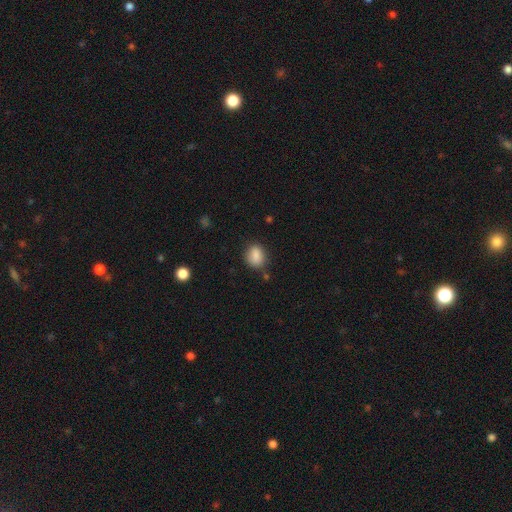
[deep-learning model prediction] Q: Smooth or featured?
A: smooth (87%); runner-up: star or artifact (9%)
Q: How rounded?
A: in between (56%); runner-up: round (43%)
Q: Merging?
A: none (75%); runner-up: minor disturbance (18%)